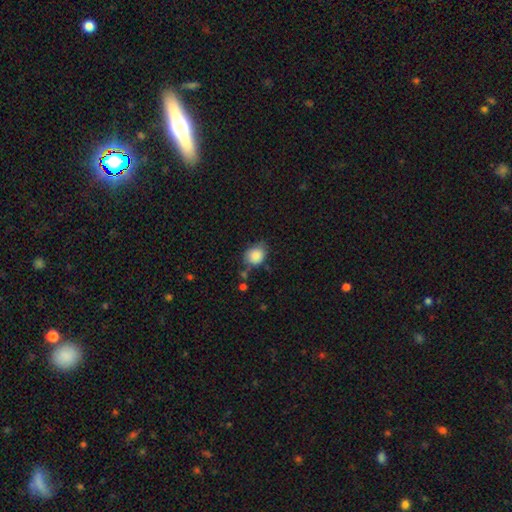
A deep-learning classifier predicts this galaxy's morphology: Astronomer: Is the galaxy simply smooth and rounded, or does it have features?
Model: smooth — 86%.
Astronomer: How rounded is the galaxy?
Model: round — 56% (runner-up: in between, 43%).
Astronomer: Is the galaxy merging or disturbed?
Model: none — 59%.